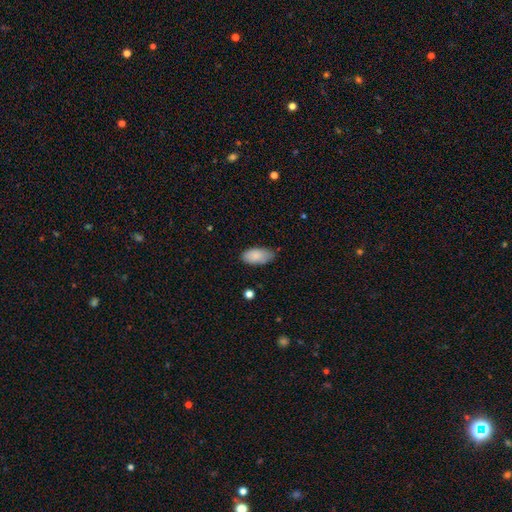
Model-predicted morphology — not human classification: The model was most divided on "merging": none: 71%, minor disturbance: 24%, major disturbance: 4%, merger: 1%. More confident: how rounded — in between (94%); smooth or featured — smooth (87%).